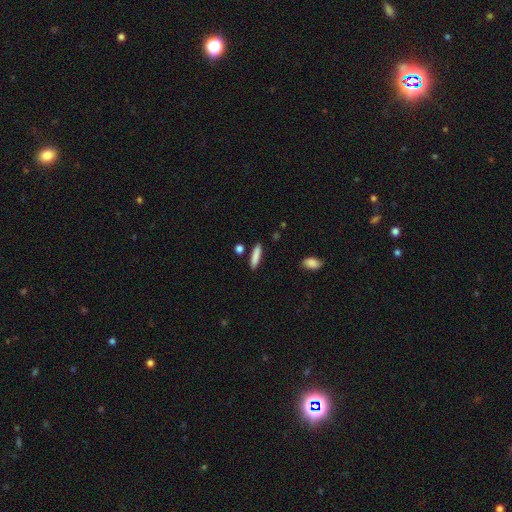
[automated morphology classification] Smooth or featured? smooth (86%)
How rounded? cigar-shaped (79%)
Merging? none (86%)